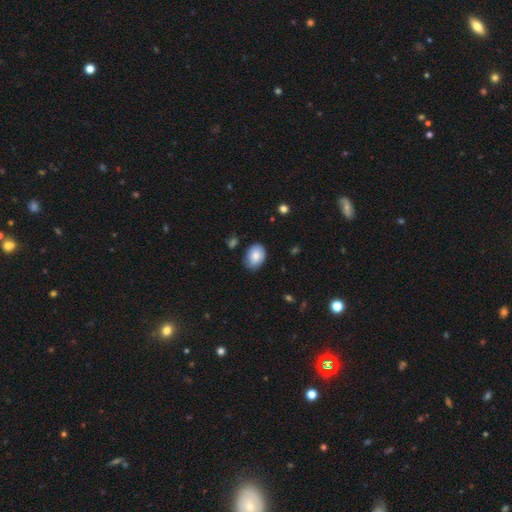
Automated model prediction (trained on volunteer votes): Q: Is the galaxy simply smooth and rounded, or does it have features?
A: smooth — 80%.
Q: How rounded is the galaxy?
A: in between — 77%.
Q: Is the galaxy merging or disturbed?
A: none — 73%.